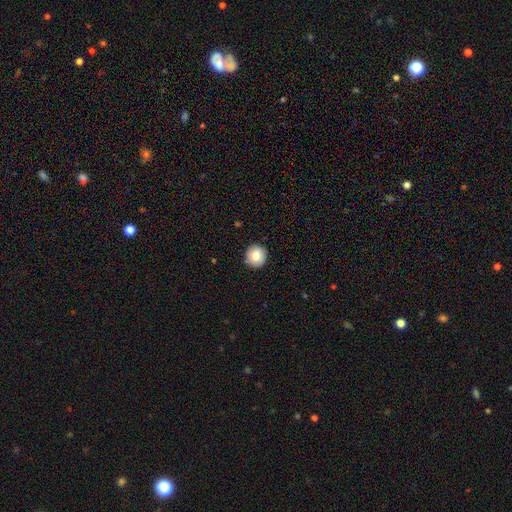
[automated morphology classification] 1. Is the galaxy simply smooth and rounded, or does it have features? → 77% smooth, 14% featured or disk, 9% star or artifact.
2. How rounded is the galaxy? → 92% round, 7% in between, 1% cigar-shaped.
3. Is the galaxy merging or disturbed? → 89% none, 8% minor disturbance, 2% major disturbance, 1% merger.